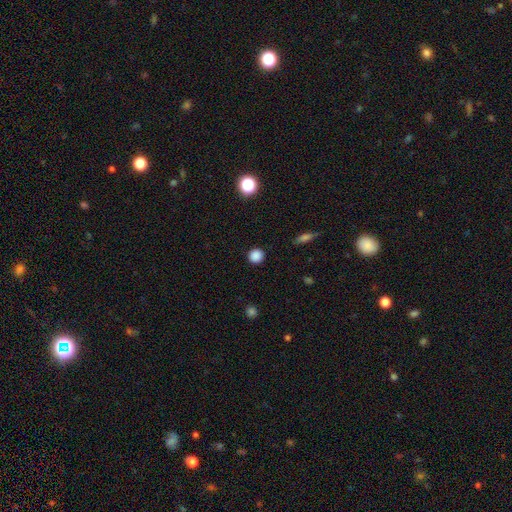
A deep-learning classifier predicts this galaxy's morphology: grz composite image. It shows a smooth galaxy with no disk features (86%) that is round (92%). Merging: none (91%).